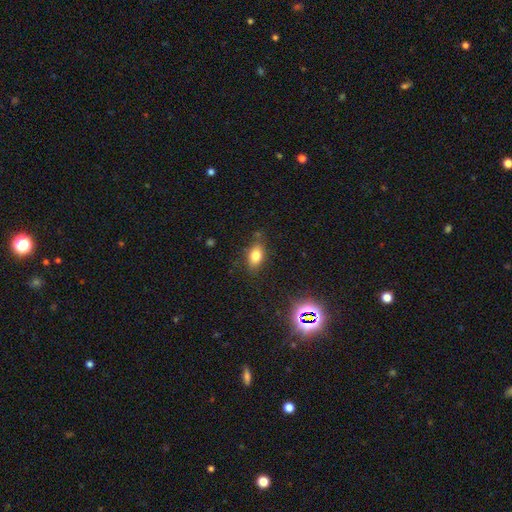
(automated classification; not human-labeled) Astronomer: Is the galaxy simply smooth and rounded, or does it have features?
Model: smooth — 77%.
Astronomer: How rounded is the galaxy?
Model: in between — 83%.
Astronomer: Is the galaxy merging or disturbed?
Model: none — 78%.